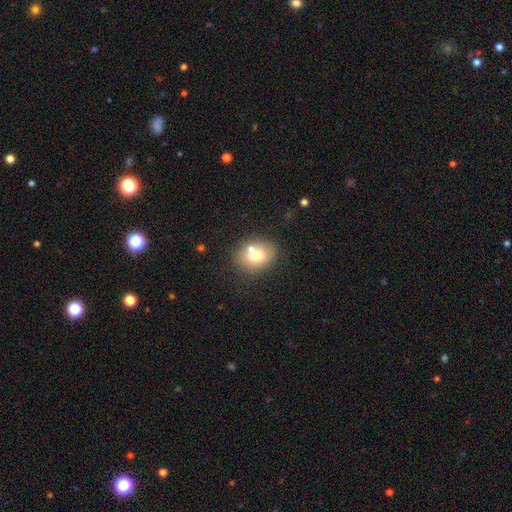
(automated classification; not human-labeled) Smooth or featured?
  - smooth: 71% *
  - featured or disk: 19%
  - star or artifact: 10%
How rounded?
  - in between: 54% *
  - round: 45%
  - cigar-shaped: 1%
Merging?
  - none: 61% *
  - merger: 21%
  - minor disturbance: 14%
  - major disturbance: 4%